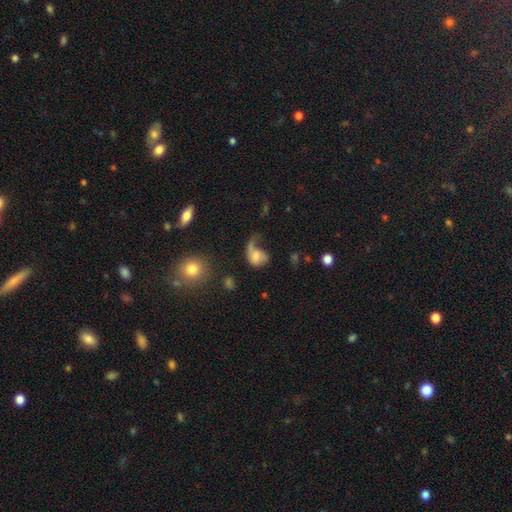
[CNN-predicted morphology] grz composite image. It shows a smooth galaxy with no disk features (46%). Merging: major disturbance (55%).